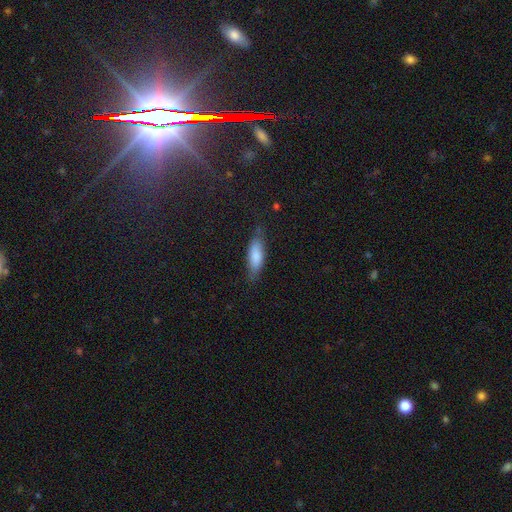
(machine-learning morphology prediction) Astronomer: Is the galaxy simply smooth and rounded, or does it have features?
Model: smooth — 82%.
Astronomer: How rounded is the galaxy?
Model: in between — 64%.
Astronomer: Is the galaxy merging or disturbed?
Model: none — 70%.